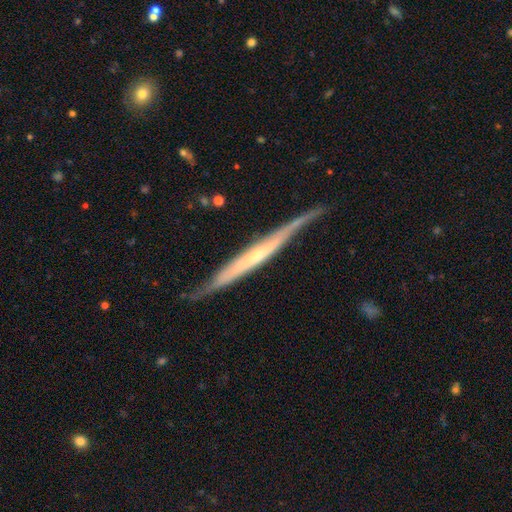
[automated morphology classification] Smooth or featured?
  - featured or disk: 76% *
  - smooth: 19%
  - star or artifact: 5%
Edge-on disk?
  - yes: 90% *
  - no: 10%
Edge-on bulge?
  - none: 53% *
  - rounded: 40%
  - boxy: 8%
Merging?
  - none: 68% *
  - minor disturbance: 24%
  - major disturbance: 6%
  - merger: 2%